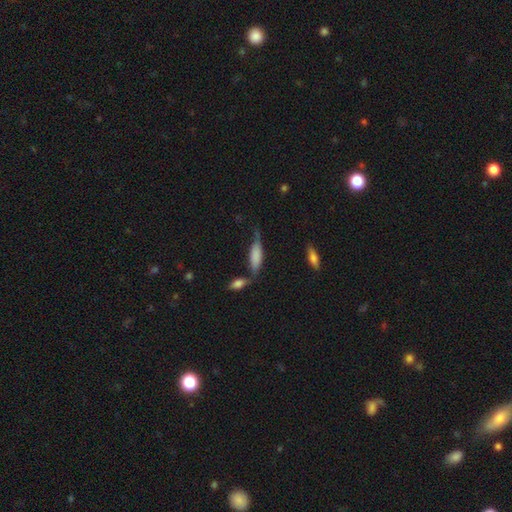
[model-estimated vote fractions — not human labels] Morphology: type=smooth (71%); roundness=in between (54%); merging=none (46%).